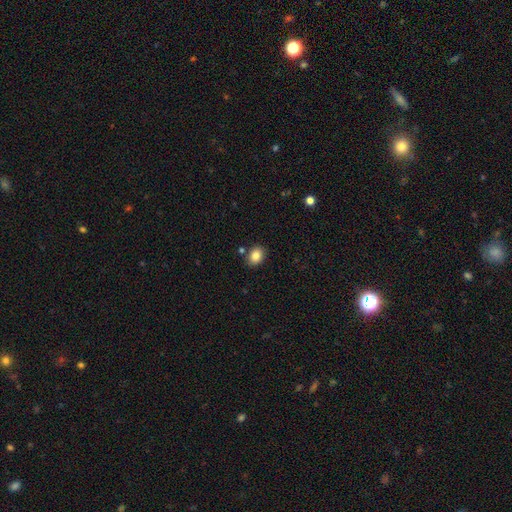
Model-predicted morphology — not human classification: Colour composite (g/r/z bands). It shows a smooth galaxy with no disk features (85%) that is in between round and cigar-shaped (58%). Merging: none (83%).